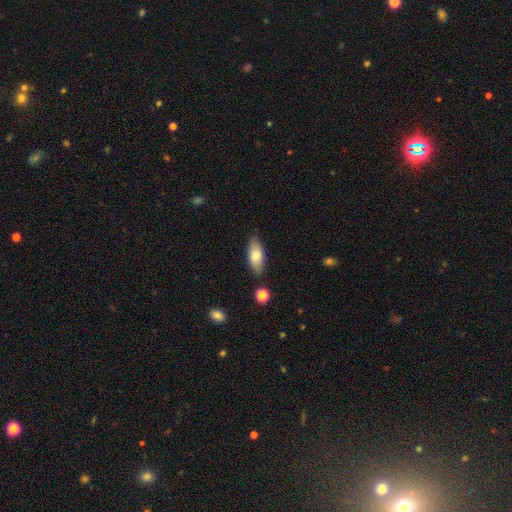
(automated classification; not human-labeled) Smooth or featured: smooth — 77% (featured or disk — 16%)
How rounded: in between — 84% (cigar-shaped — 14%)
Merging: none — 84% (minor disturbance — 12%)